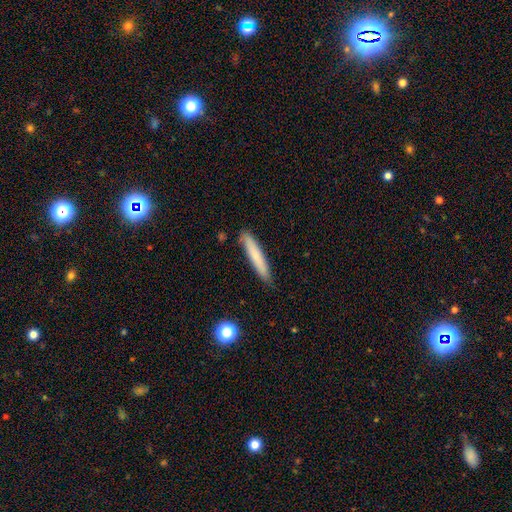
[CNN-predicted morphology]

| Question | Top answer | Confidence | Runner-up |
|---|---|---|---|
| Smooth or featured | smooth | 72% | featured or disk (21%) |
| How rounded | cigar-shaped | 94% | in between (5%) |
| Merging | none | 85% | minor disturbance (11%) |